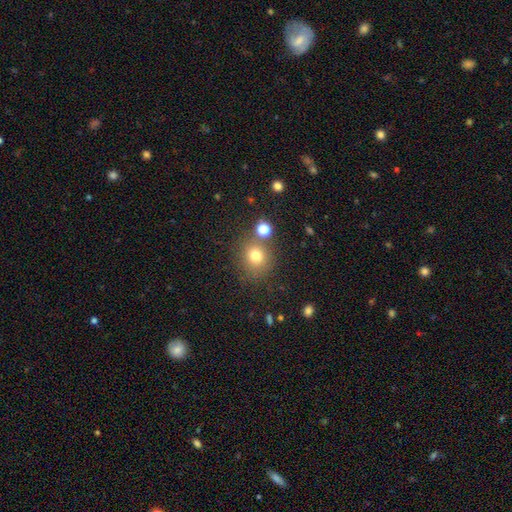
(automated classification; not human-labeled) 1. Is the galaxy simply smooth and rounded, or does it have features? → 75% smooth, 16% star or artifact, 9% featured or disk.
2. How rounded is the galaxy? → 86% round, 13% in between, 1% cigar-shaped.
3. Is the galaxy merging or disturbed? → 74% none, 11% merger, 10% minor disturbance, 4% major disturbance.